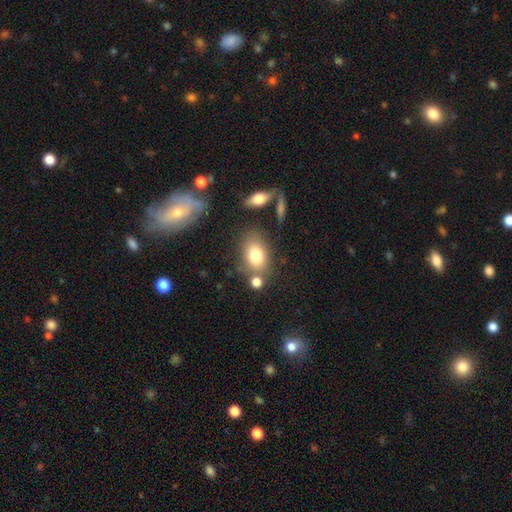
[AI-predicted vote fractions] smooth_or_featured: smooth (p=0.78) [alt: featured or disk p=0.13]
how_rounded: in between (p=0.77) [alt: round p=0.21]
merging: none (p=0.66) [alt: minor disturbance p=0.15]